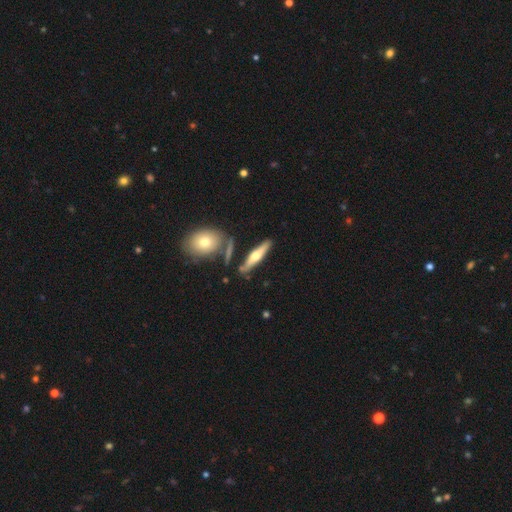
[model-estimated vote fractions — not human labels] Morphology: type=featured or disk (55%); edge-on=yes (90%); merging=none (77%).